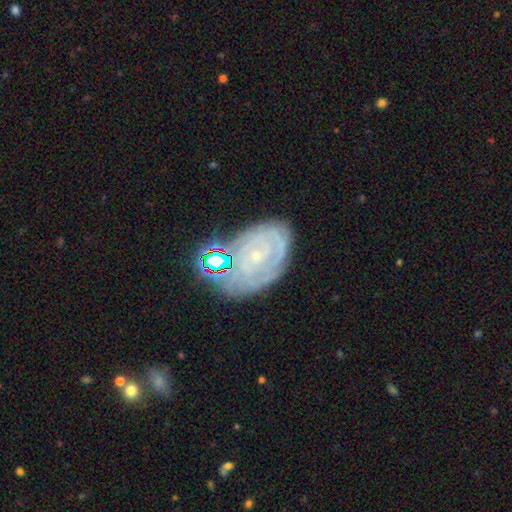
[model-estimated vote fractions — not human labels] Q: Smooth or featured?
A: featured or disk (74%); runner-up: smooth (15%)
Q: Edge-on disk?
A: no (96%); runner-up: yes (4%)
Q: Bar?
A: no (74%); runner-up: weak (20%)
Q: Spiral arms?
A: yes (85%); runner-up: no (15%)
Q: Spiral winding?
A: tight (76%); runner-up: medium (18%)
Q: Spiral arm count?
A: can't tell (48%); runner-up: 2 (20%)
Q: Bulge size?
A: small (83%); runner-up: moderate (12%)
Q: Merging?
A: none (64%); runner-up: minor disturbance (20%)